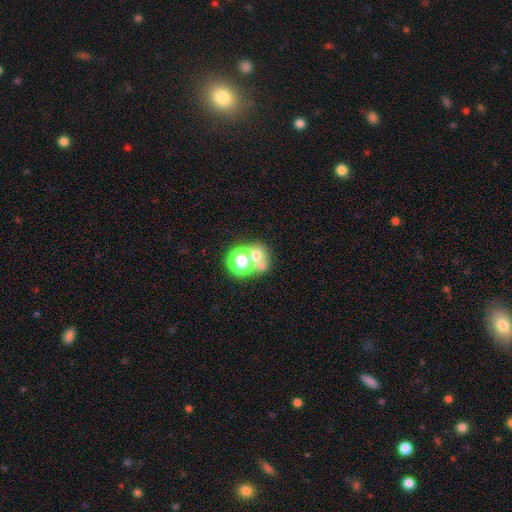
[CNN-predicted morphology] Smooth or featured?
  - smooth: 55% *
  - star or artifact: 28%
  - featured or disk: 17%
How rounded?
  - round: 73% *
  - in between: 26%
  - cigar-shaped: 1%
Merging?
  - merger: 45% *
  - none: 40%
  - minor disturbance: 8%
  - major disturbance: 7%